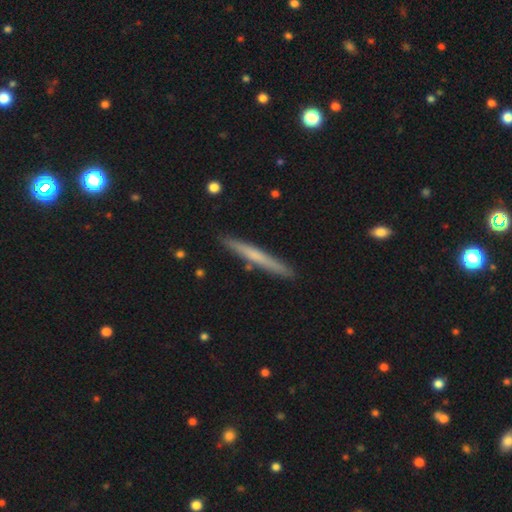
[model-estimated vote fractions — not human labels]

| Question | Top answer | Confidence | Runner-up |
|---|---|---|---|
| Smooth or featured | smooth | 52% | featured or disk (42%) |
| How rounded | cigar-shaped | 97% | in between (2%) |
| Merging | none | 89% | minor disturbance (7%) |